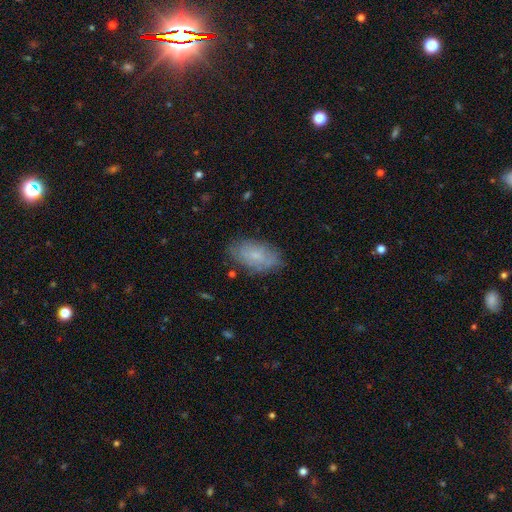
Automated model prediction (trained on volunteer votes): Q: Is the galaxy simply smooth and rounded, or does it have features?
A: smooth — 60%.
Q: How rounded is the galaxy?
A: in between — 93%.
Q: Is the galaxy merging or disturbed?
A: none — 77%.